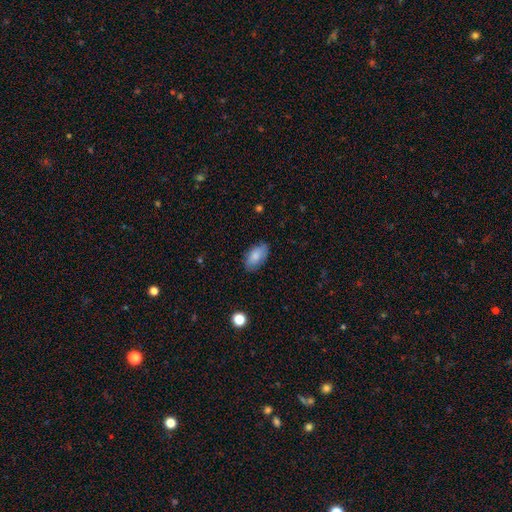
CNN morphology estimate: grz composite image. It shows a smooth galaxy with no disk features (81%) that is in between round and cigar-shaped (93%). Merging: none (79%).